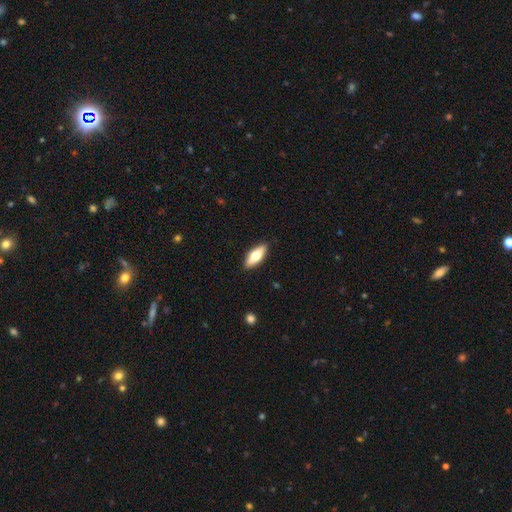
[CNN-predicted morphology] A smooth galaxy with no disk features (62%) that is in between round and cigar-shaped (67%). Merging: none (89%).